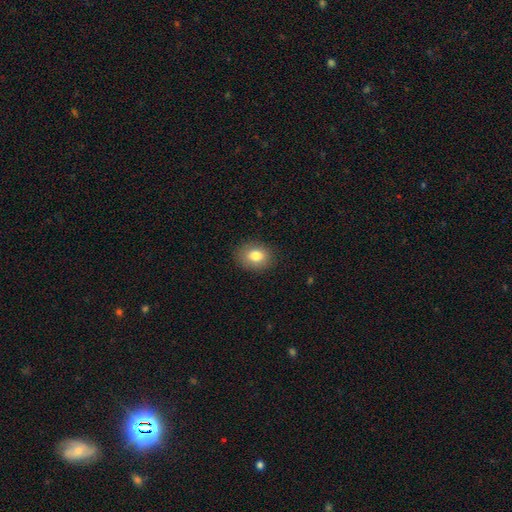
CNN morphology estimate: Smooth or featured? Predicted: smooth (p=0.82). How rounded? Predicted: in between (p=0.53). Merging? Predicted: none (p=0.87).